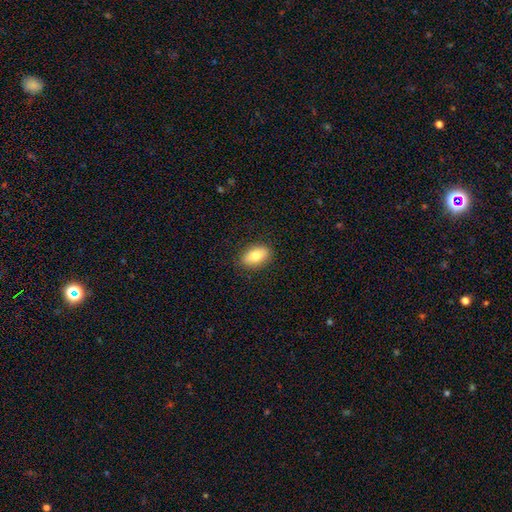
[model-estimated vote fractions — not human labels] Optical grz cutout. It shows a smooth galaxy with no disk features (77%) that is in between round and cigar-shaped (88%). Merging: none (87%).